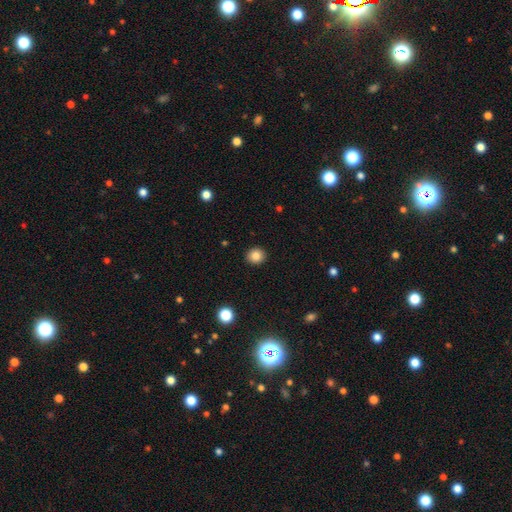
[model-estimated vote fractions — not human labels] Overall: smooth (84%). How rounded: round (87%). Merging: none (92%).